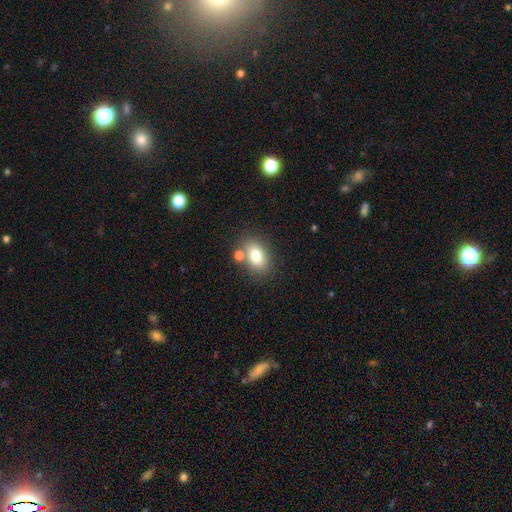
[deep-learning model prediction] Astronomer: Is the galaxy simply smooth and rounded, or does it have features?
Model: smooth — 78%.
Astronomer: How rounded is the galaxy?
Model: in between — 78%.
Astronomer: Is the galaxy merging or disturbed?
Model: none — 68%.